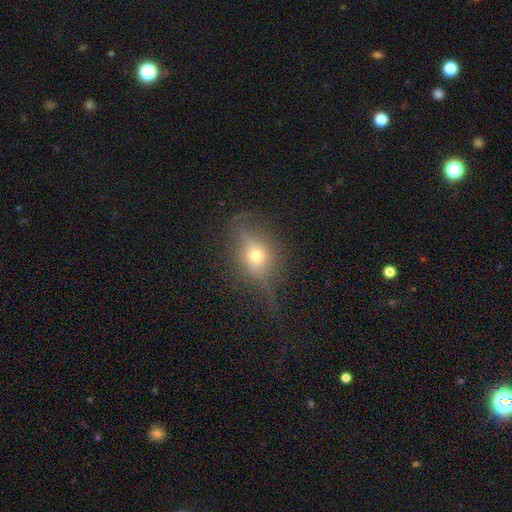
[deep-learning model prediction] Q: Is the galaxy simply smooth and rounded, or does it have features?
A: featured or disk — 52%.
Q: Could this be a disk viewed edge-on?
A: yes — 72%.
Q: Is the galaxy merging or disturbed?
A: none — 61%.